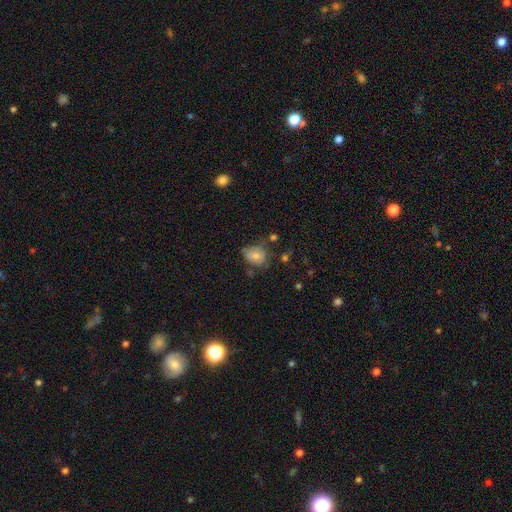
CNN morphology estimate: smooth 65%, featured or disk 25%, star or artifact 10%. Down the decision tree: how rounded — round (62%); merging — none (55%).